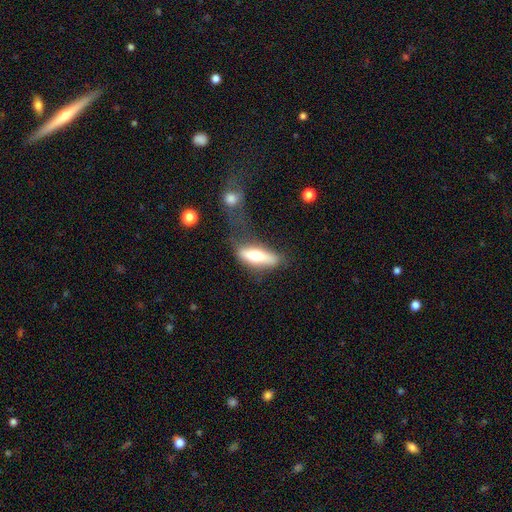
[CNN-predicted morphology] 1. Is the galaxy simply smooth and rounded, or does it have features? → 61% smooth, 33% featured or disk, 6% star or artifact.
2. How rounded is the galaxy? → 51% in between, 47% cigar-shaped, 3% round.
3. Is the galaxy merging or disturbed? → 48% none, 22% minor disturbance, 17% major disturbance, 14% merger.